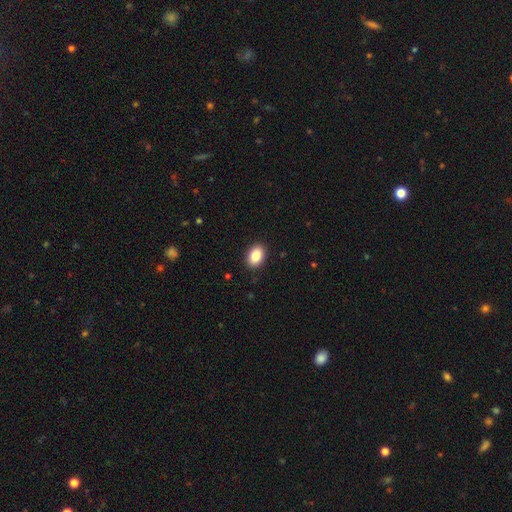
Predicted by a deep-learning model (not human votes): Smooth or featured?
  - smooth: 86% *
  - star or artifact: 8%
  - featured or disk: 6%
How rounded?
  - in between: 83% *
  - round: 16%
  - cigar-shaped: 1%
Merging?
  - none: 90% *
  - minor disturbance: 7%
  - major disturbance: 2%
  - merger: 1%